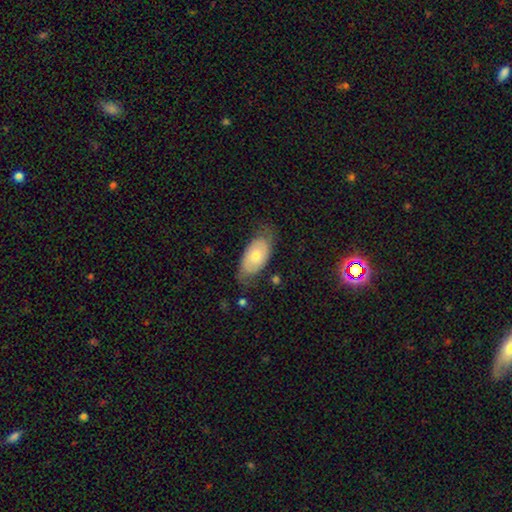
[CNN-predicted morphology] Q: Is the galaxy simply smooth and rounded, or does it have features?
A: smooth — 48%.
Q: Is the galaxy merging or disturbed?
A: none — 65%.